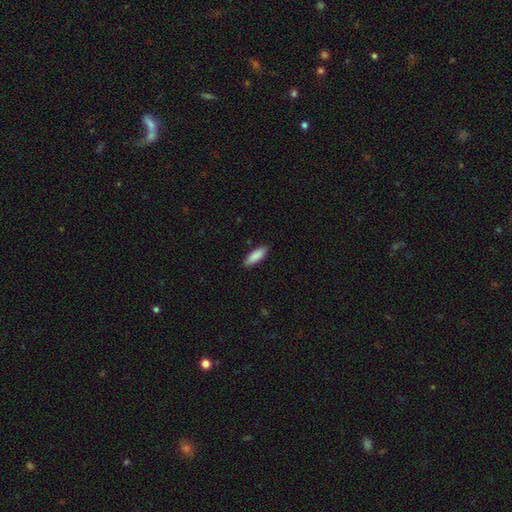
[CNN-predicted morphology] Overall: smooth (89%). How rounded: in between (57%; cigar-shaped 41%). Merging: none (87%).